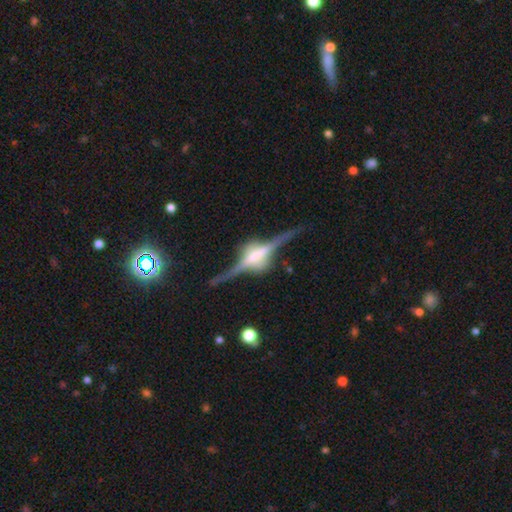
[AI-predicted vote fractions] Smooth or featured?
  - featured or disk: 90% *
  - smooth: 5%
  - star or artifact: 5%
Edge-on disk?
  - yes: 97% *
  - no: 3%
Edge-on bulge?
  - rounded: 73% *
  - boxy: 23%
  - none: 4%
Merging?
  - none: 79% *
  - minor disturbance: 14%
  - major disturbance: 5%
  - merger: 2%